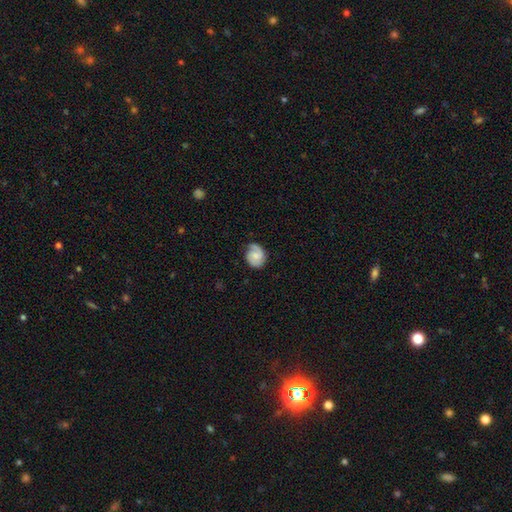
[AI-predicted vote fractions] This appears to be a featured or disk galaxy (51%). Merging: none (66%).